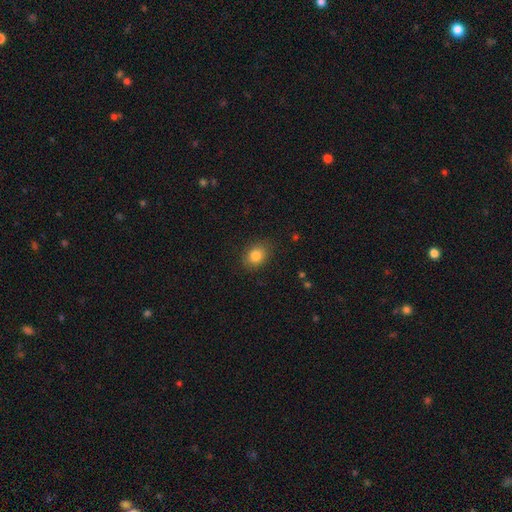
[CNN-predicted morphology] A smooth galaxy with no disk features (83%) that is in between round and cigar-shaped (53%).

Vote fractions:
- Smooth or featured? smooth: 83% / star or artifact: 10% / featured or disk: 7%
- How rounded? in between: 53% / round: 46% / cigar-shaped: 1%
- Merging? none: 84% / minor disturbance: 12% / major disturbance: 3% / merger: 1%